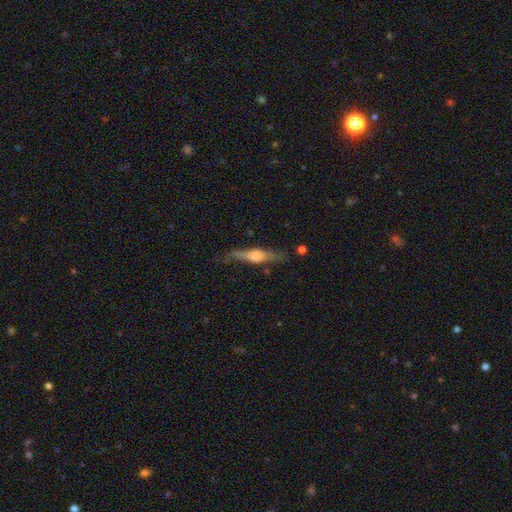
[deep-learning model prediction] Overall: featured or disk (62%; smooth 32%). Edge-on disk: yes (93%). Edge-on bulge: rounded (73%). Merging: none (72%).